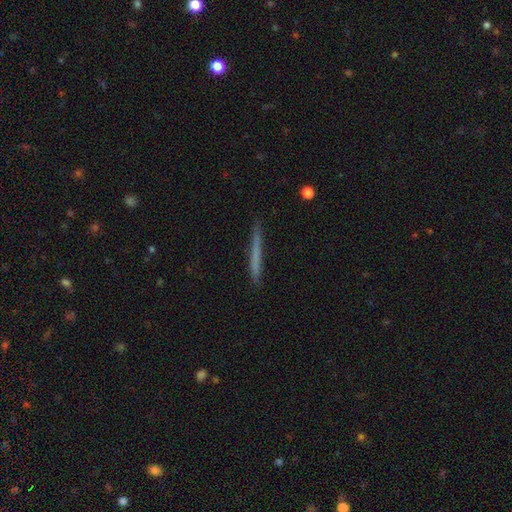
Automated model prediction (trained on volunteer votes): A smooth galaxy with no disk features (58%) that is cigar-shaped (97%). Merging: none (88%).